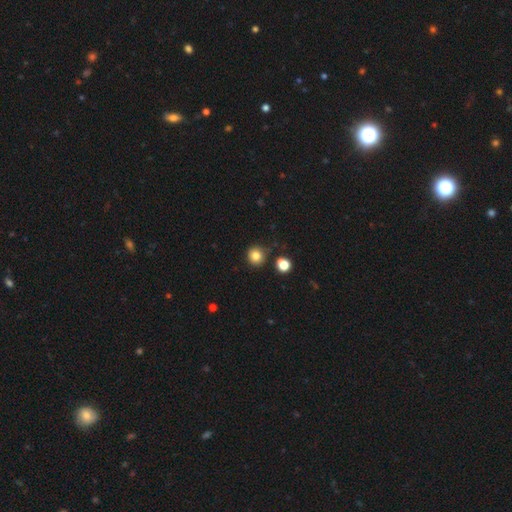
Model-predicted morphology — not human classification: Overall: smooth (82%). How rounded: round (91%). Merging: none (82%).